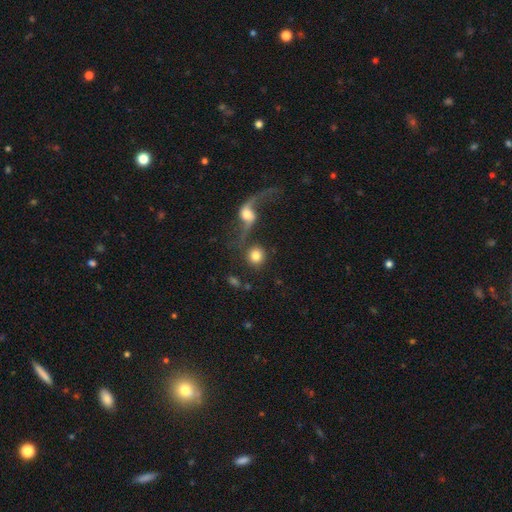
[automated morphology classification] smooth-or-featured: smooth: 76% | featured or disk: 16% | star or artifact: 8%
  how-rounded: round: 92% | in between: 7% | cigar-shaped: 1%
  merging: none: 65% | merger: 19% | minor disturbance: 8% | major disturbance: 7%